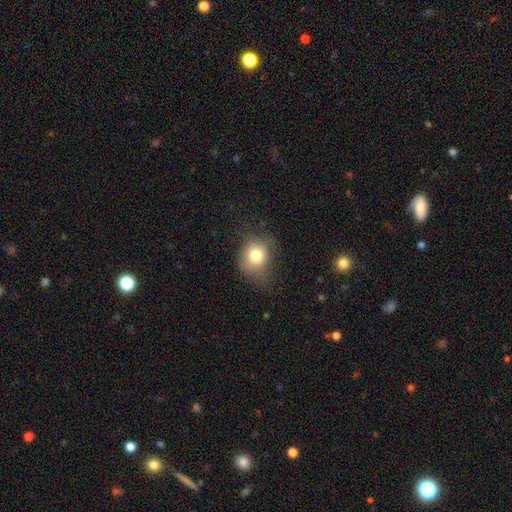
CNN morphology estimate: type=smooth (76%); roundness=round (65%); merging=none (57%).